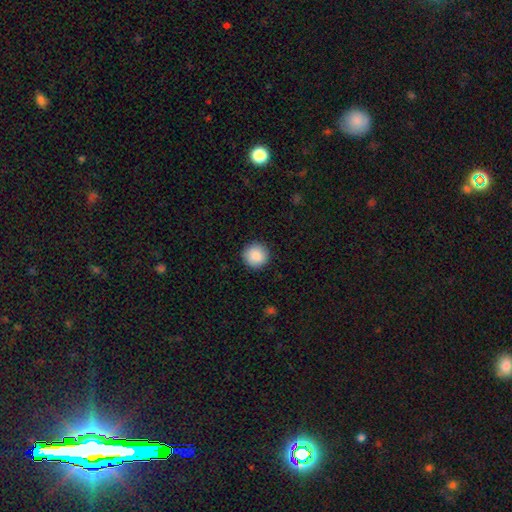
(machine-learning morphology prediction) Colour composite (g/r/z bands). It shows a smooth galaxy with no disk features (88%) that is round (95%). Merging: none (92%).